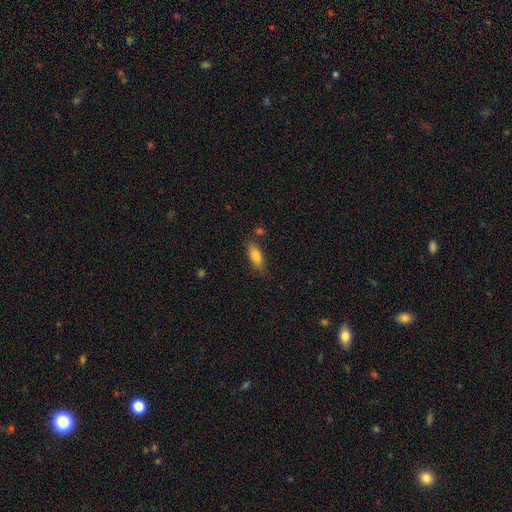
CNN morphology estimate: Smooth or featured?
  - smooth: 81% *
  - featured or disk: 12%
  - star or artifact: 7%
How rounded?
  - in between: 76% *
  - cigar-shaped: 22%
  - round: 3%
Merging?
  - none: 76% *
  - minor disturbance: 16%
  - merger: 4%
  - major disturbance: 4%